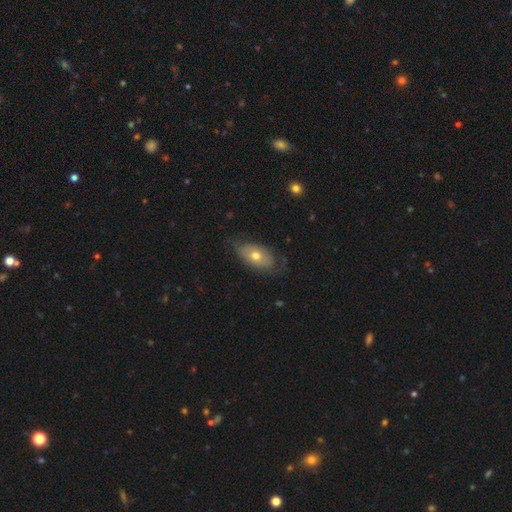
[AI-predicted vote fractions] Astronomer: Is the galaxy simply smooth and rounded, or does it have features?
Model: smooth — 58% (runner-up: featured or disk, 36%).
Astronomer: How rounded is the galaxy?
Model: in between — 89%.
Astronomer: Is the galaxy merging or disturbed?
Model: none — 62%.